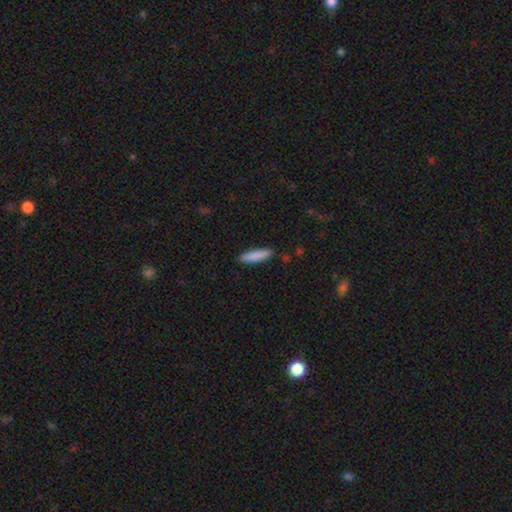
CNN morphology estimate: Q: Smooth or featured?
A: smooth (86%); runner-up: featured or disk (8%)
Q: How rounded?
A: cigar-shaped (77%); runner-up: in between (22%)
Q: Merging?
A: none (88%); runner-up: minor disturbance (9%)